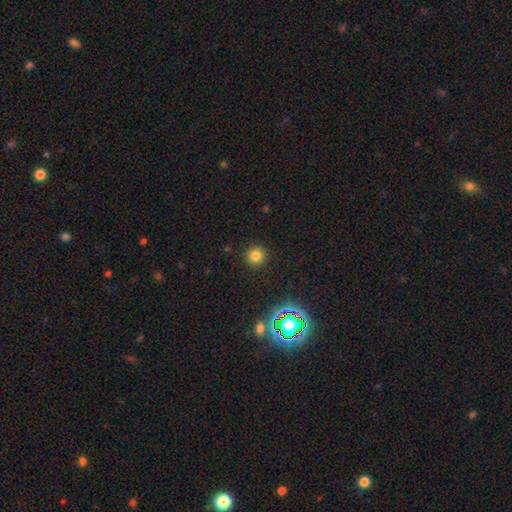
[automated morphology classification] The model was most divided on "smooth or featured": smooth: 78%, star or artifact: 16%, featured or disk: 6%. More confident: how rounded — round (94%); merging — none (91%).